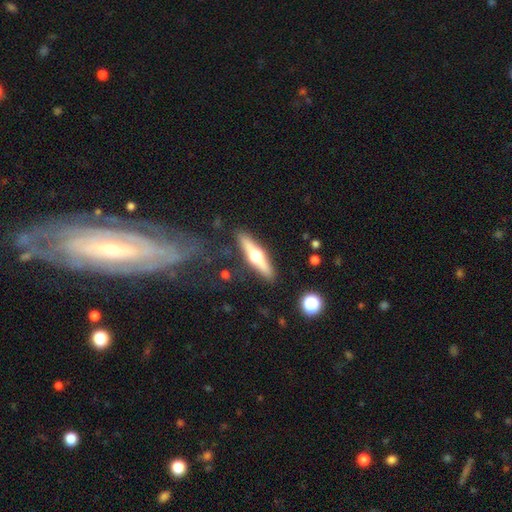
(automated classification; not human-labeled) Overall: featured or disk (65%; smooth 29%). Edge-on disk: yes (95%). Edge-on bulge: rounded (96%). Merging: none (87%).